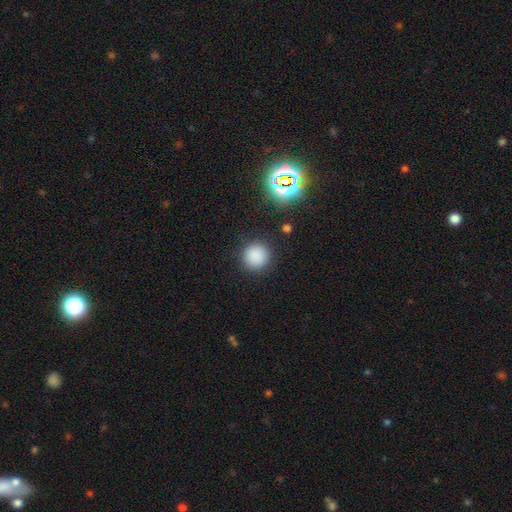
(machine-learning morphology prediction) Smooth or featured: smooth — 85% (star or artifact — 11%)
How rounded: round — 93% (in between — 6%)
Merging: none — 89% (minor disturbance — 7%)